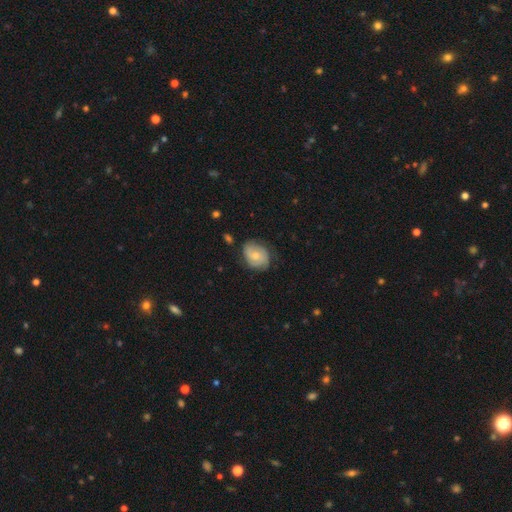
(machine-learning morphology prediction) This appears to be a featured or disk galaxy (49%). Merging: none (68%).